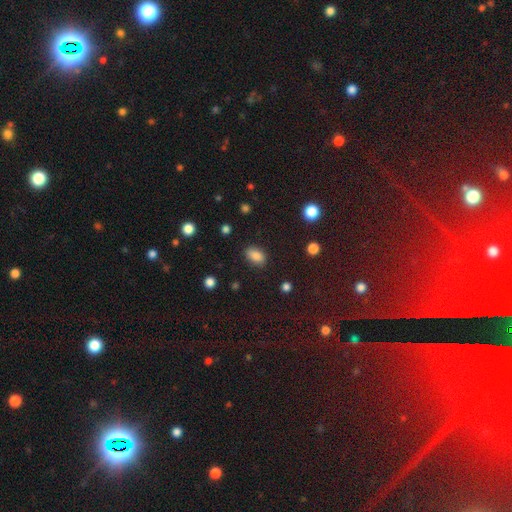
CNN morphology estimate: smooth 85%, star or artifact 9%, featured or disk 6%. Down the decision tree: how rounded — in between (87%); merging — none (84%).